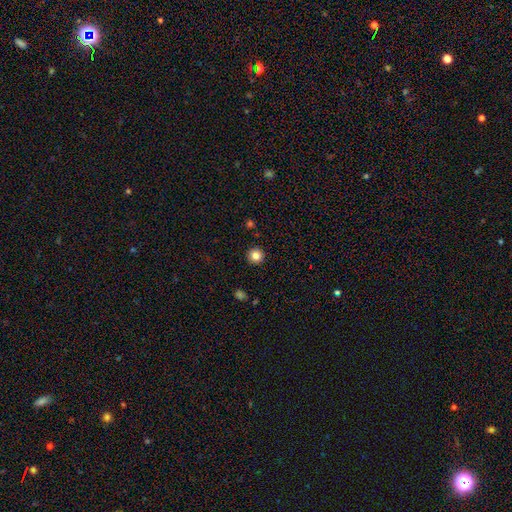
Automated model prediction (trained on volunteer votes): Smooth or featured? smooth (83%)
How rounded? round (96%)
Merging? none (93%)